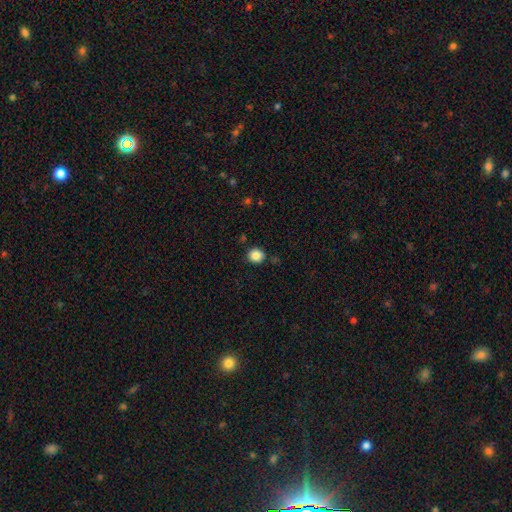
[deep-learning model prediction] smooth-or-featured: smooth: 87% | star or artifact: 10% | featured or disk: 3%
  how-rounded: round: 84% | in between: 15% | cigar-shaped: 1%
  merging: none: 86% | minor disturbance: 8% | merger: 3% | major disturbance: 2%